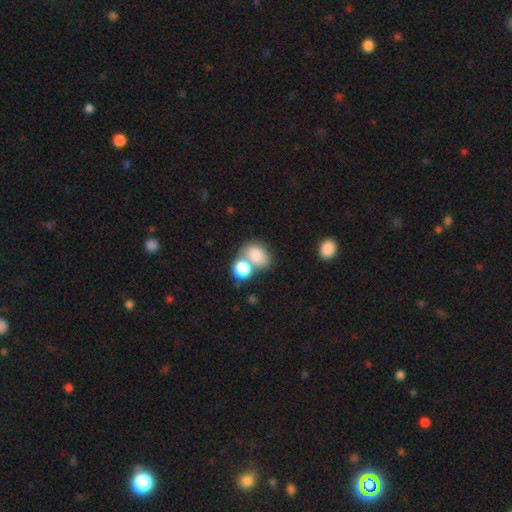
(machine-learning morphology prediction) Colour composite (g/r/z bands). It shows a smooth galaxy with no disk features (81%) that is in between round and cigar-shaped (62%). Merging: merger (47%).